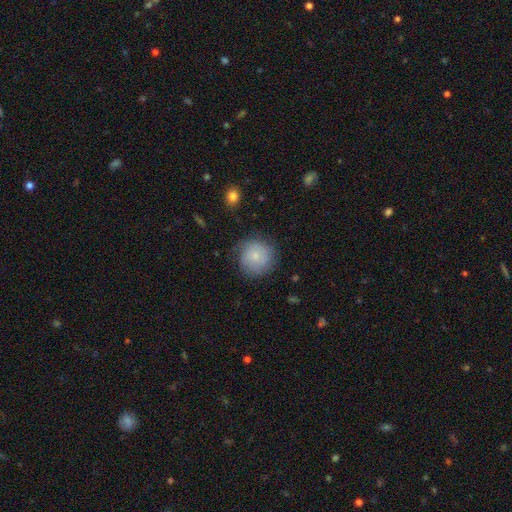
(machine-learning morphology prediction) smooth-or-featured: smooth: 75% | featured or disk: 18% | star or artifact: 7%
  how-rounded: round: 93% | in between: 6% | cigar-shaped: 1%
  merging: none: 73% | minor disturbance: 19% | major disturbance: 6% | merger: 1%